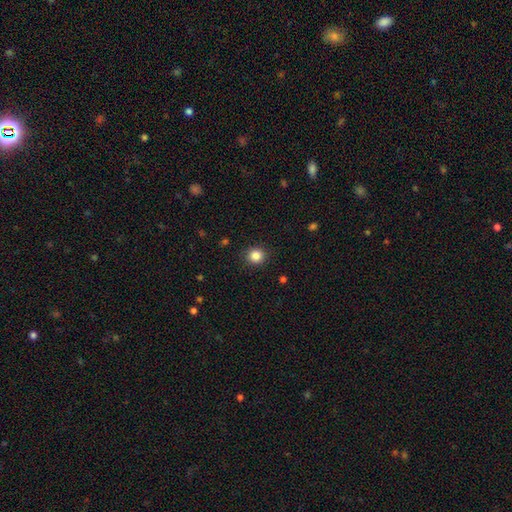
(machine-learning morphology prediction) This appears to be a smooth galaxy with no disk features (85%) that is round (90%). Merging: none (90%).